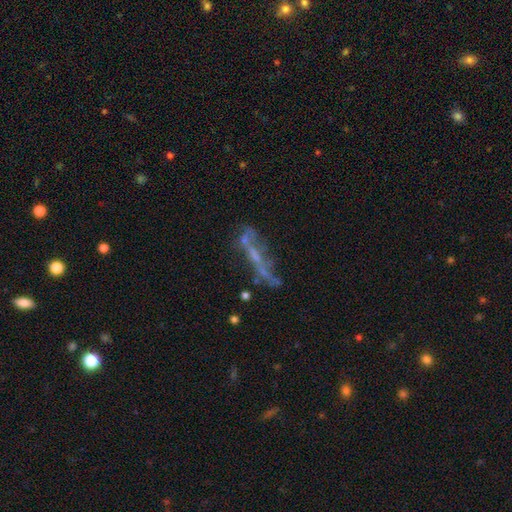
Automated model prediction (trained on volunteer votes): This appears to be a featured or disk galaxy (59%). Merging: none (42%).